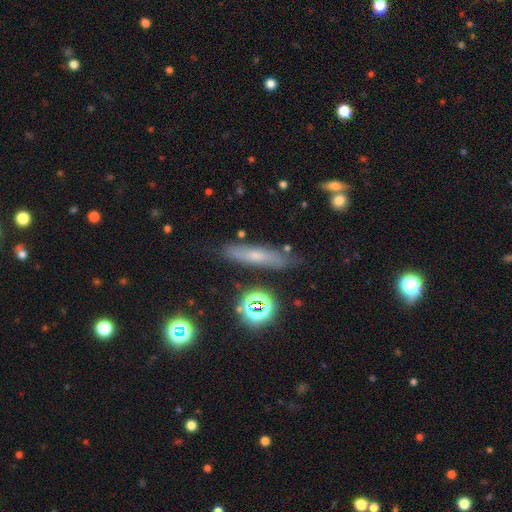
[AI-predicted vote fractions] Morphology: type=smooth (53%); roundness=cigar-shaped (77%); merging=none (79%).